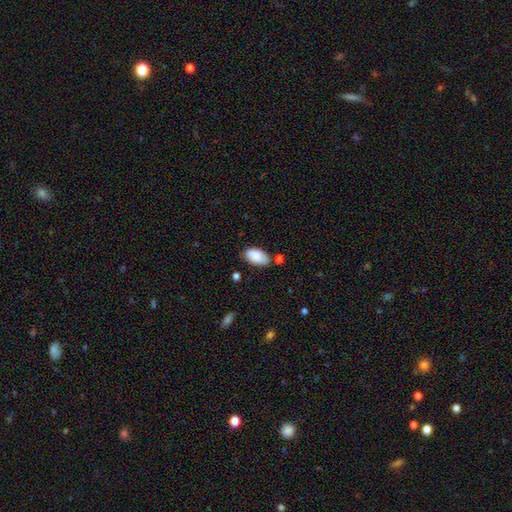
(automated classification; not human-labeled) The model was most divided on "merging": none: 62%, minor disturbance: 23%, merger: 10%, major disturbance: 5%. More confident: how rounded — in between (95%); smooth or featured — smooth (85%).